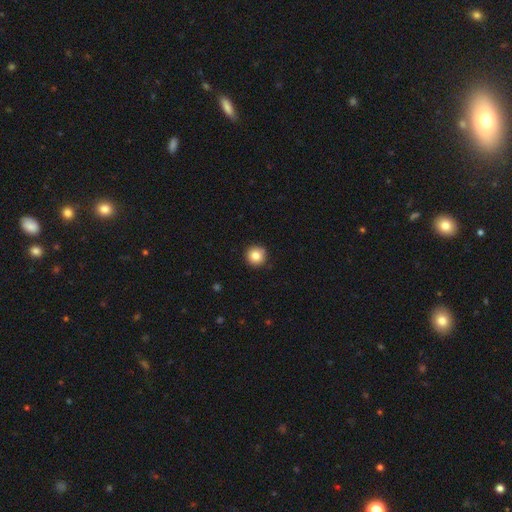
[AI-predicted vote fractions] smooth-or-featured: smooth: 83% | star or artifact: 10% | featured or disk: 7%
  how-rounded: round: 96% | in between: 3% | cigar-shaped: 1%
  merging: none: 90% | minor disturbance: 7% | major disturbance: 2% | merger: 1%